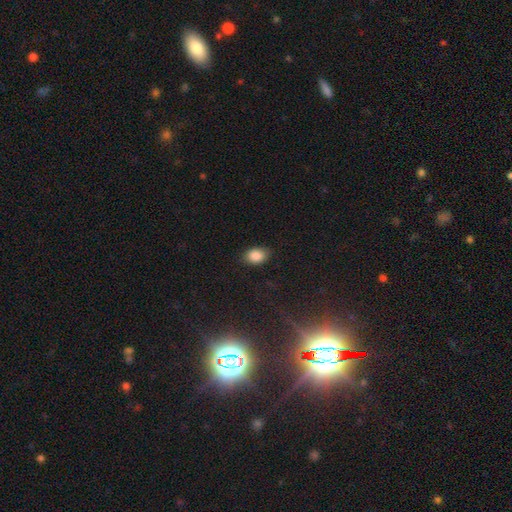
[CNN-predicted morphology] Smooth or featured? Predicted: smooth (p=0.87). How rounded? Predicted: in between (p=0.79). Merging? Predicted: none (p=0.84).